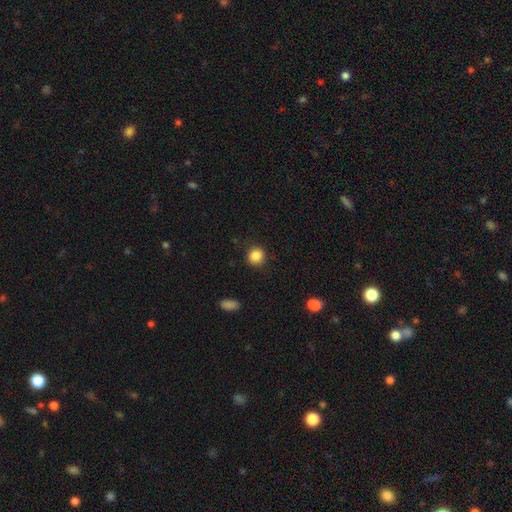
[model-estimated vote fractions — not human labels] Morphology: type=smooth (86%); roundness=round (88%); merging=none (89%).